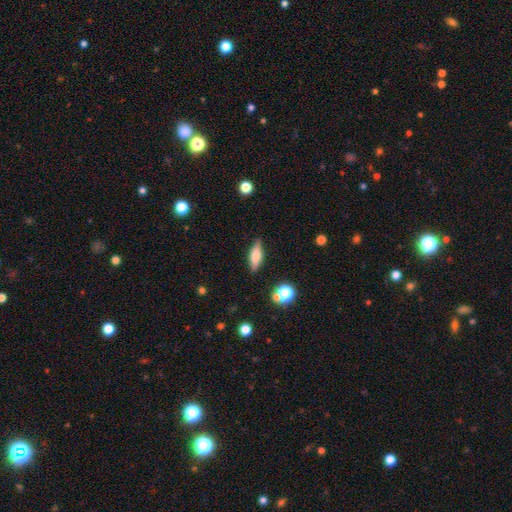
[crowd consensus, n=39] Volunteers were most divided on "smooth or featured": featured or disk: 51%, smooth: 41%, star or artifact: 8%. More confident: edge-on disk — yes (100%); merging — none (86%); edge-on bulge — rounded (70%).